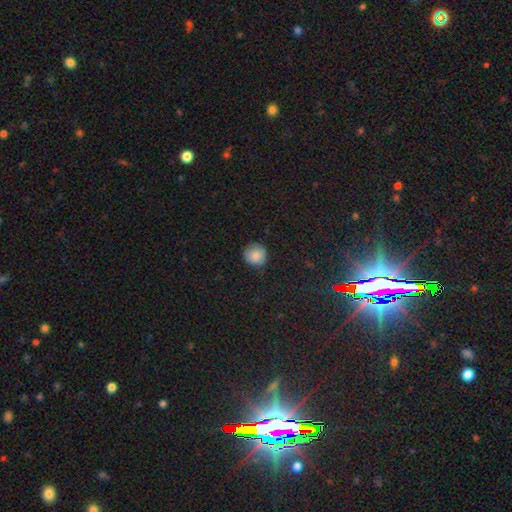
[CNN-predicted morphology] A smooth galaxy with no disk features (85%) that is round (92%). Merging: none (81%).